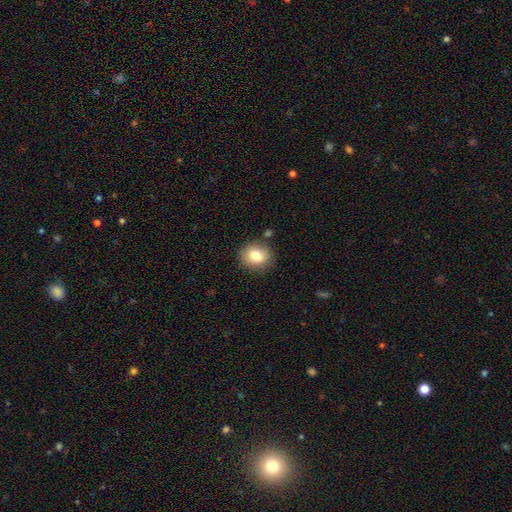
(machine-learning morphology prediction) The model was most divided on "how rounded": round: 72%, in between: 27%, cigar-shaped: 1%. More confident: merging — none (84%); smooth or featured — smooth (80%).